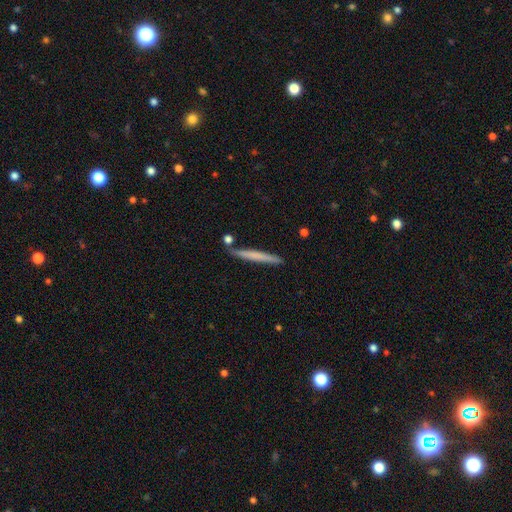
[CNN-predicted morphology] smooth_or_featured: smooth (p=0.61) [alt: featured or disk p=0.33]
how_rounded: cigar-shaped (p=0.96) [alt: in between p=0.02]
merging: none (p=0.84) [alt: minor disturbance p=0.10]